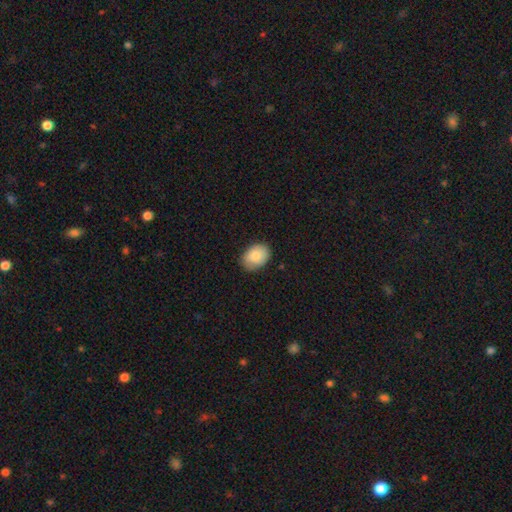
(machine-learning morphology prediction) smooth-or-featured: smooth: 86% | featured or disk: 7% | star or artifact: 7%
  how-rounded: in between: 76% | round: 23% | cigar-shaped: 1%
  merging: none: 81% | minor disturbance: 15% | major disturbance: 3% | merger: 1%